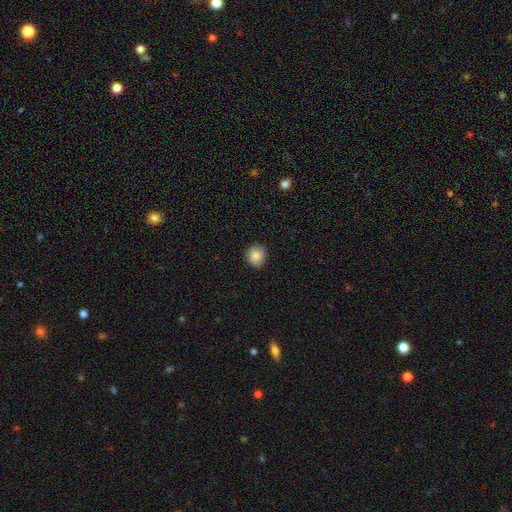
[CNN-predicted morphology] This is clearly a smooth galaxy (85%). How rounded: clearly round (82%). Merging: clearly none (87%).